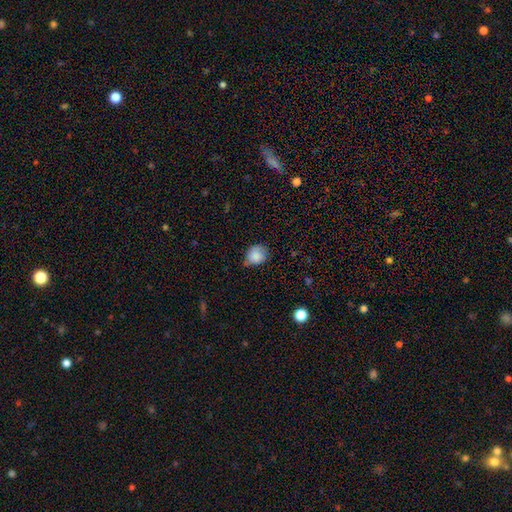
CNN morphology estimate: This is clearly a smooth galaxy (84%). How rounded: likely round (69%). Merging: possibly none (59%).